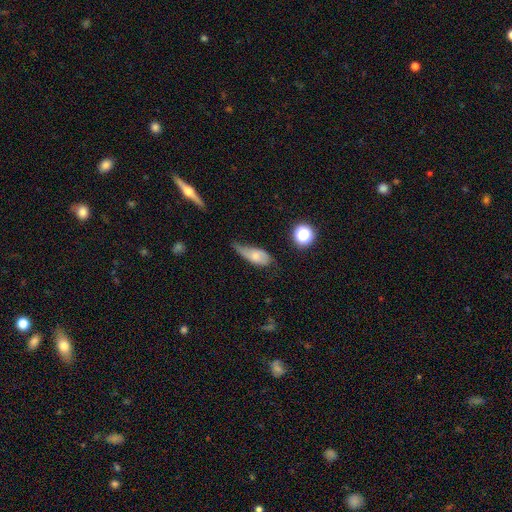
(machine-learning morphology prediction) Smooth or featured? smooth (60%)
How rounded? in between (82%)
Merging? minor disturbance (46%)